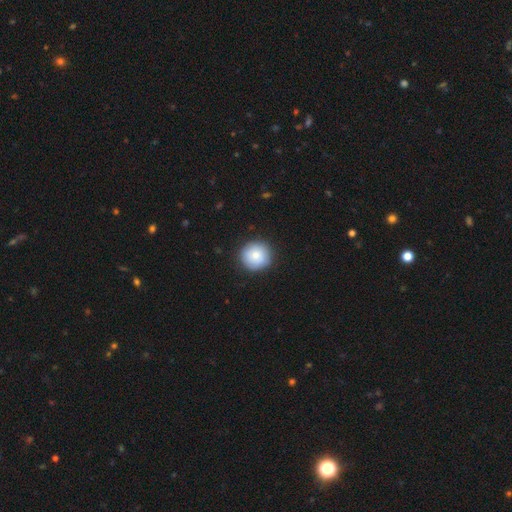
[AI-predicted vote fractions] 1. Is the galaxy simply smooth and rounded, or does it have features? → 81% smooth, 12% featured or disk, 7% star or artifact.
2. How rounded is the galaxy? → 95% round, 4% in between, 1% cigar-shaped.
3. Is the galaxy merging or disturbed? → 89% none, 8% minor disturbance, 2% major disturbance, 1% merger.